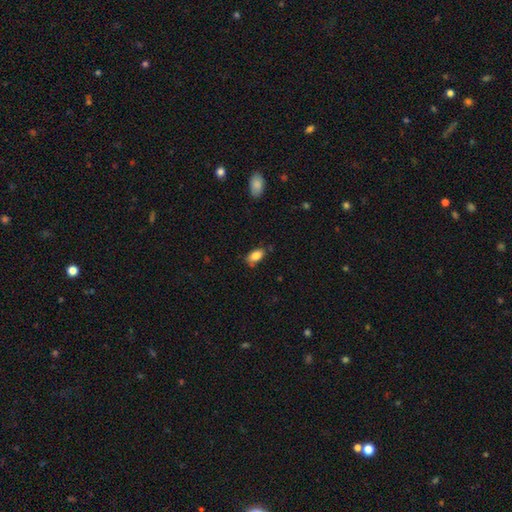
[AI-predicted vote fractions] Smooth or featured? smooth (84%)
How rounded? in between (91%)
Merging? none (72%)